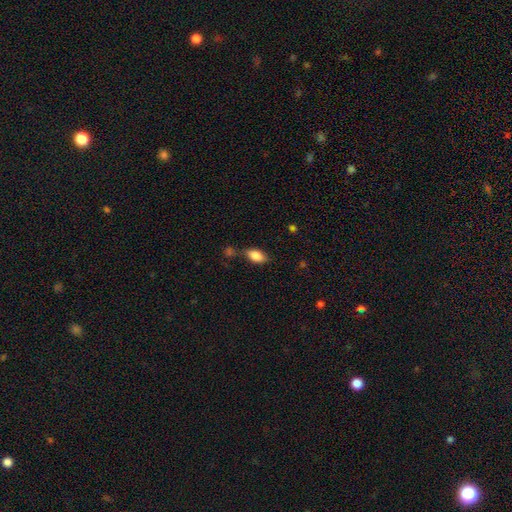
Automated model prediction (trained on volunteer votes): Smooth or featured? smooth (83%)
How rounded? in between (89%)
Merging? none (71%)